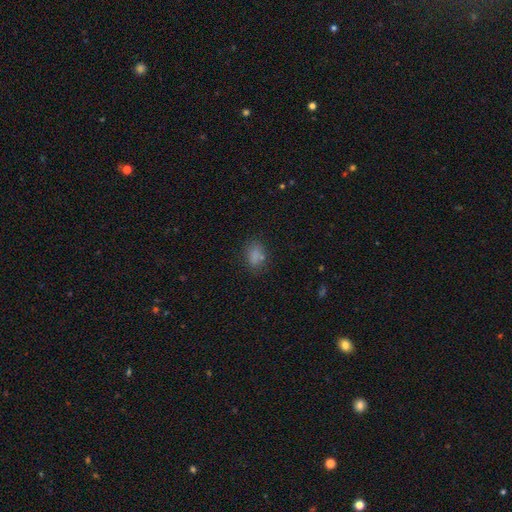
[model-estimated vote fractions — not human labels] smooth_or_featured: smooth (p=0.79) [alt: star or artifact p=0.14]
how_rounded: in between (p=0.79) [alt: round p=0.18]
merging: none (p=0.72) [alt: minor disturbance p=0.16]